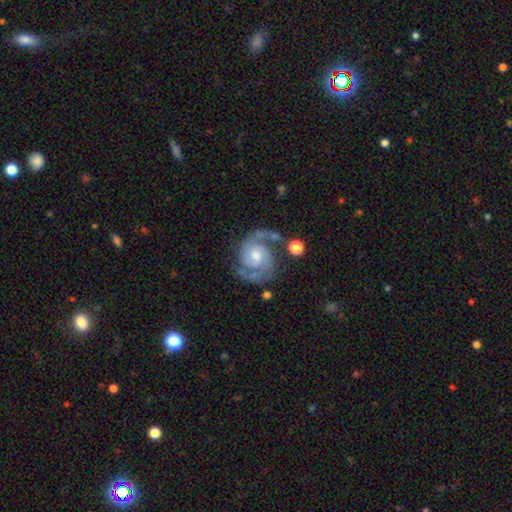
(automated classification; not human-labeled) A featured or disk galaxy (91%) with no bar (61%), 2 (88%) medium (50%) spiral arms (98%) and a moderate central bulge (55%).

Vote fractions:
- Smooth or featured? featured or disk: 91% / star or artifact: 5% / smooth: 4%
- Edge-on disk? no: 98% / yes: 2%
- Bar? no: 61% / weak: 32% / strong: 7%
- Spiral arms? yes: 98% / no: 2%
- Spiral winding? medium: 50% / tight: 40% / loose: 10%
- Spiral arm count? 2: 88% / 3: 5% / can't tell: 3% / 1: 2% / 4: 1% / more than 4: 1%
- Bulge size? moderate: 55% / small: 34% / large: 6% / none: 3% / dominant: 1%
- Merging? none: 71% / minor disturbance: 17% / major disturbance: 8% / merger: 4%